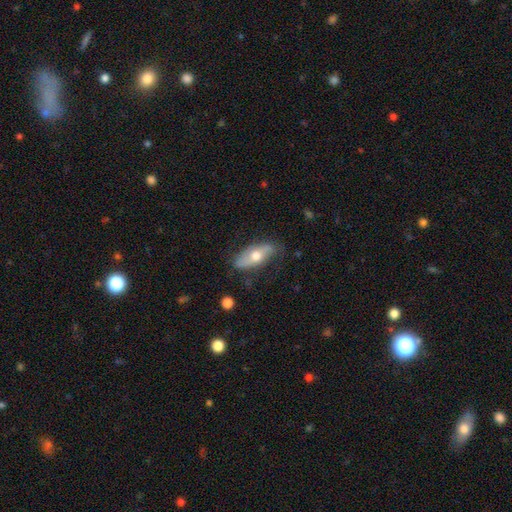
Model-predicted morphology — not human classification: Q: Smooth or featured?
A: featured or disk (48%); runner-up: smooth (45%)
Q: Merging?
A: none (72%); runner-up: minor disturbance (22%)